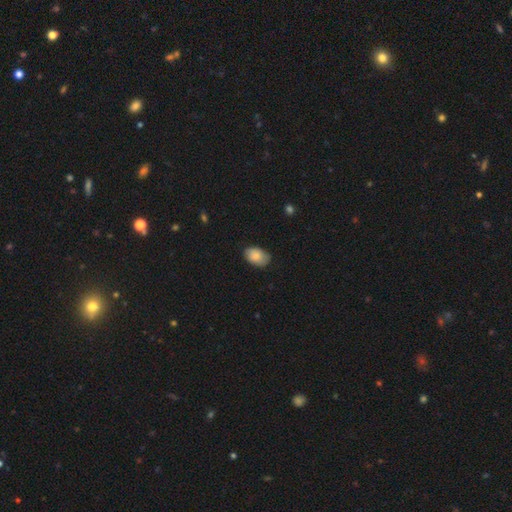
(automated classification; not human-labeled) This appears to be a smooth galaxy with no disk features (82%) that is in between round and cigar-shaped (89%). Merging: none (76%).